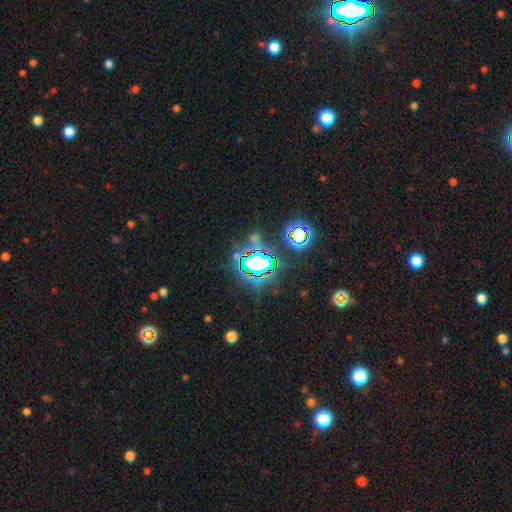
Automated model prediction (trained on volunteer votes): Q: Smooth or featured?
A: star or artifact (74%); runner-up: smooth (15%)